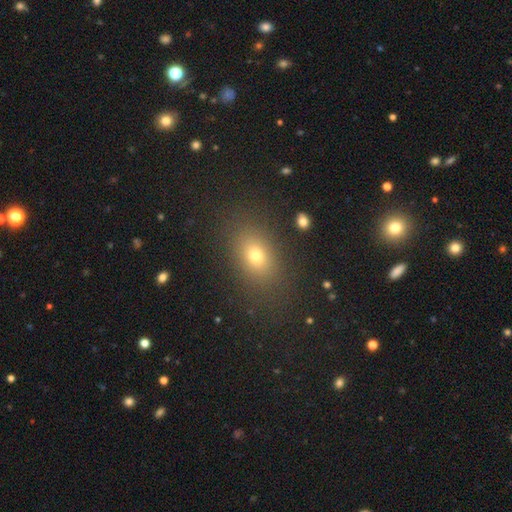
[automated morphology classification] Smooth or featured?
  - smooth: 72% *
  - star or artifact: 17%
  - featured or disk: 11%
How rounded?
  - in between: 74% *
  - round: 23%
  - cigar-shaped: 3%
Merging?
  - none: 85% *
  - minor disturbance: 9%
  - major disturbance: 4%
  - merger: 2%